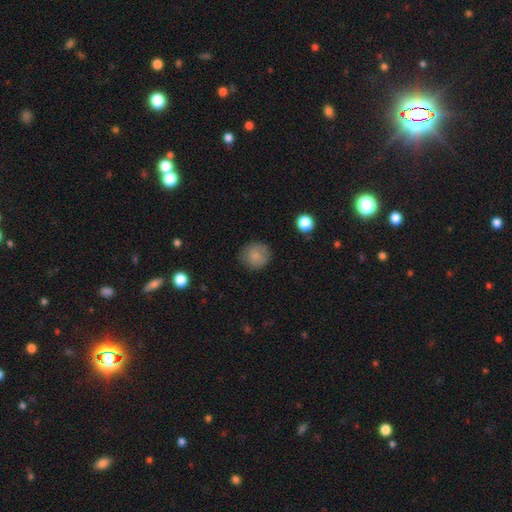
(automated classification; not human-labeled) Smooth or featured? Predicted: smooth (p=0.83). How rounded? Predicted: round (p=0.87). Merging? Predicted: none (p=0.81).